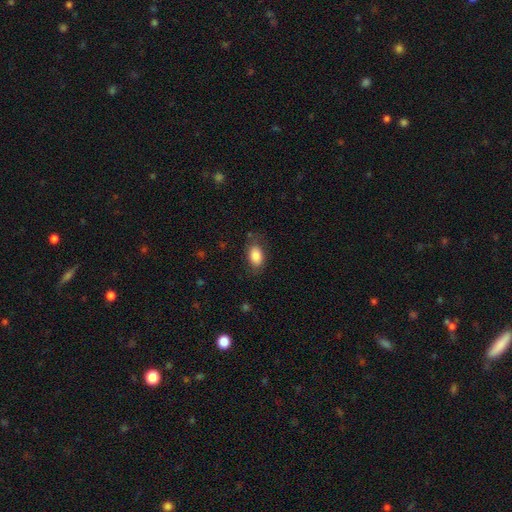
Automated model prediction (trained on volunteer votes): Q: Smooth or featured?
A: smooth (85%); runner-up: featured or disk (8%)
Q: How rounded?
A: in between (89%); runner-up: round (9%)
Q: Merging?
A: none (75%); runner-up: minor disturbance (18%)